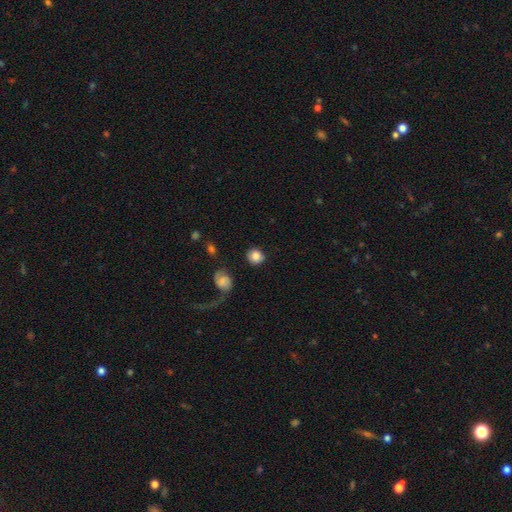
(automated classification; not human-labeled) Q: Smooth or featured?
A: smooth (81%); runner-up: featured or disk (11%)
Q: How rounded?
A: round (85%); runner-up: in between (14%)
Q: Merging?
A: none (85%); runner-up: minor disturbance (9%)